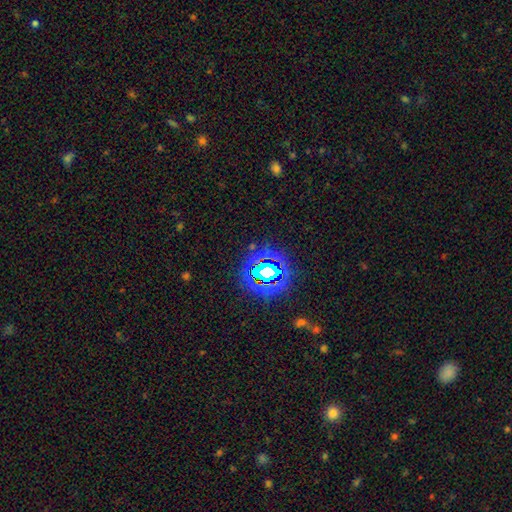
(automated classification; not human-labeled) Smooth or featured: star or artifact — 80% (smooth — 12%)